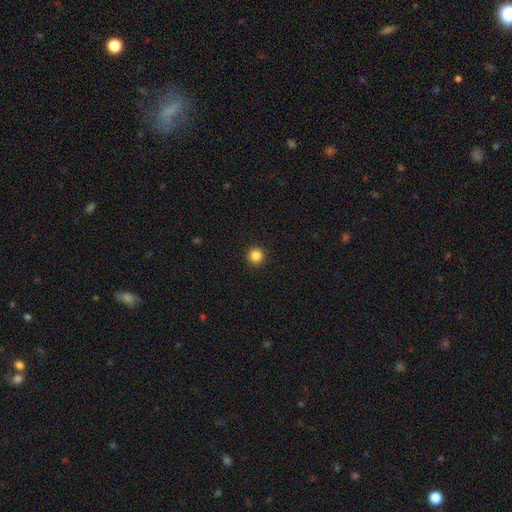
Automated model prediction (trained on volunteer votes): Smooth or featured? Predicted: smooth (p=0.85). How rounded? Predicted: round (p=0.96). Merging? Predicted: none (p=0.93).